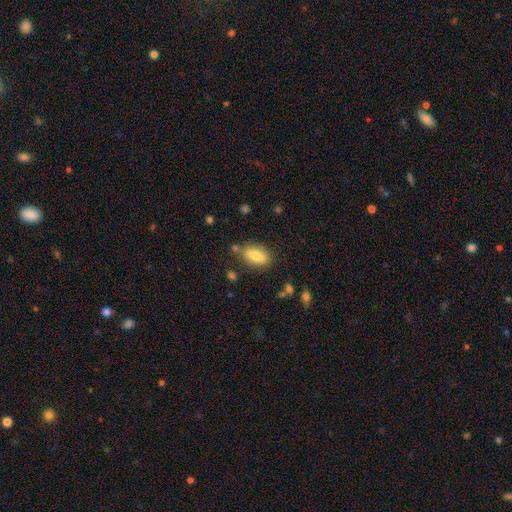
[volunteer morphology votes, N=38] smooth_or_featured: smooth (p=0.89) [alt: featured or disk p=0.05]
how_rounded: in between (p=0.91) [alt: cigar-shaped p=0.06]
merging: none (p=0.89) [alt: minor disturbance p=0.11]